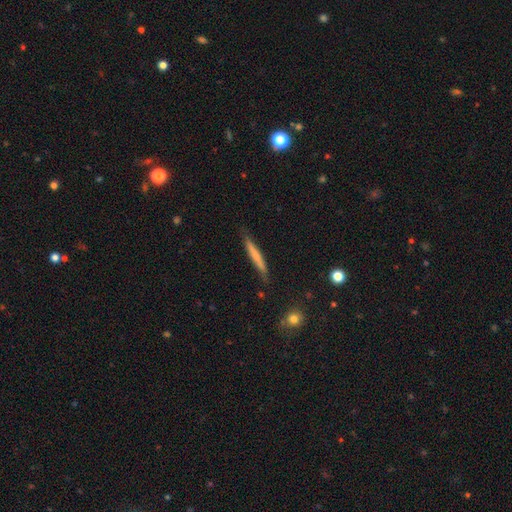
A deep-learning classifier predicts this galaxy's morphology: This is possibly a smooth galaxy (58%). How rounded: clearly cigar-shaped (95%). Merging: clearly none (81%).